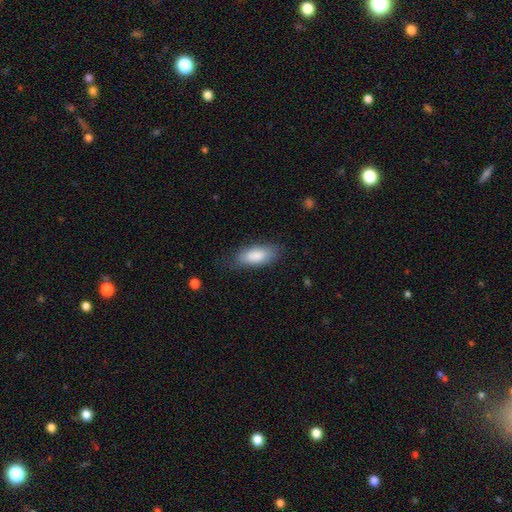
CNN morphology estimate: type=smooth (85%); roundness=in between (85%); merging=none (73%).